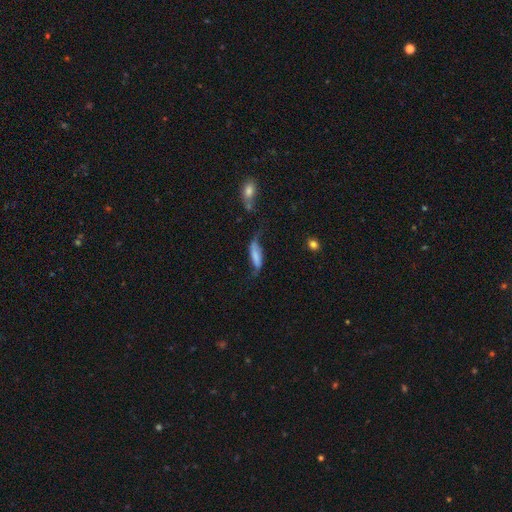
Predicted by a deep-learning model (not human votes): smooth 47%, featured or disk 43%, star or artifact 9%. Down the decision tree: merging — none (36%).